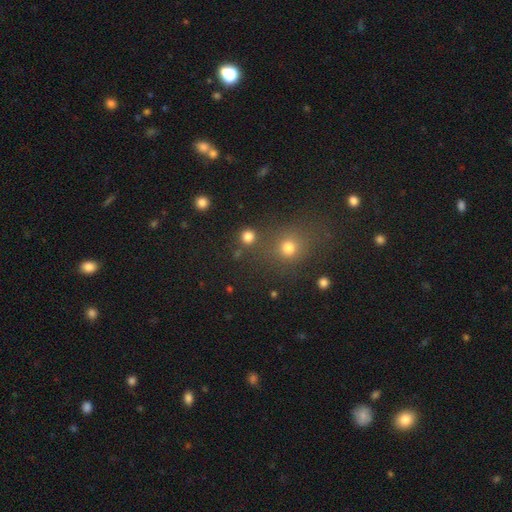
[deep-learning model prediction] Smooth or featured? smooth (54%)
How rounded? round (76%)
Merging? none (79%)